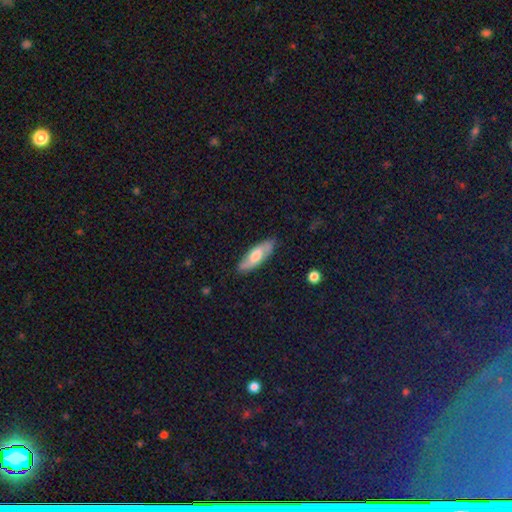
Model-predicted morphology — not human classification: Overall: smooth (48%; featured or disk 46%). Merging: none (84%).